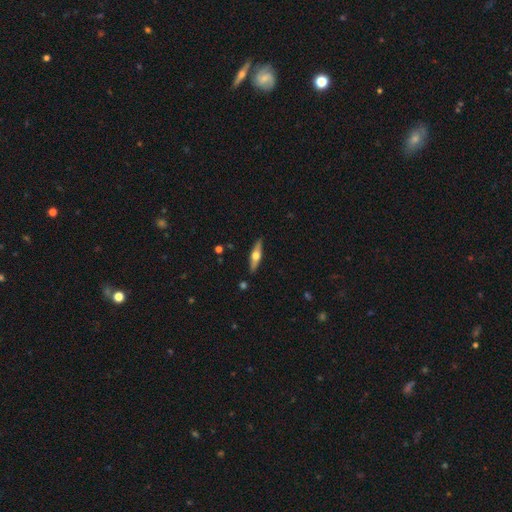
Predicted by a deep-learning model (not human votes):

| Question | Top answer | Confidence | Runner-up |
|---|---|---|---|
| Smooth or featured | featured or disk | 61% | smooth (33%) |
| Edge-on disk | yes | 94% | no (6%) |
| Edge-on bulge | rounded | 95% | boxy (3%) |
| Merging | none | 89% | minor disturbance (8%) |